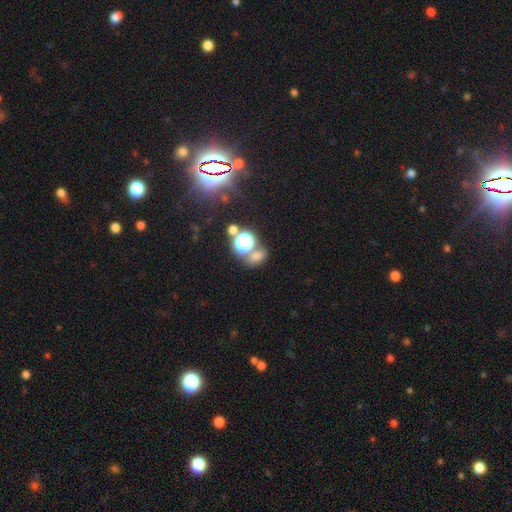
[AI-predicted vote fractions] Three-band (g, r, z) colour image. It shows a smooth galaxy with no disk features (57%) that is in between round and cigar-shaped (53%). Merging: none (57%).